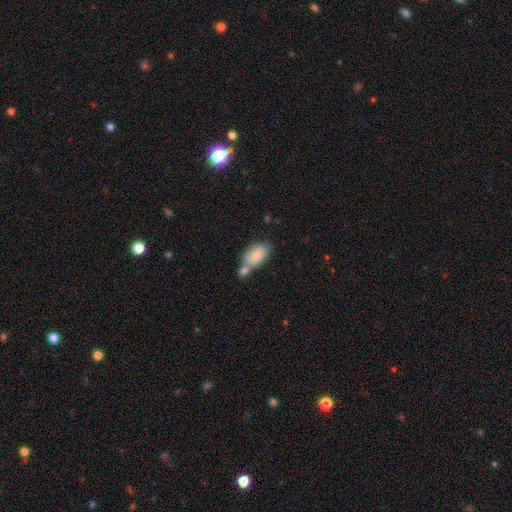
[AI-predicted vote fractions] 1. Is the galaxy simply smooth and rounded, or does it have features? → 78% smooth, 16% featured or disk, 7% star or artifact.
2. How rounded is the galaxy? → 92% in between, 6% round, 2% cigar-shaped.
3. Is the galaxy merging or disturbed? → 41% none, 38% merger, 16% minor disturbance, 5% major disturbance.